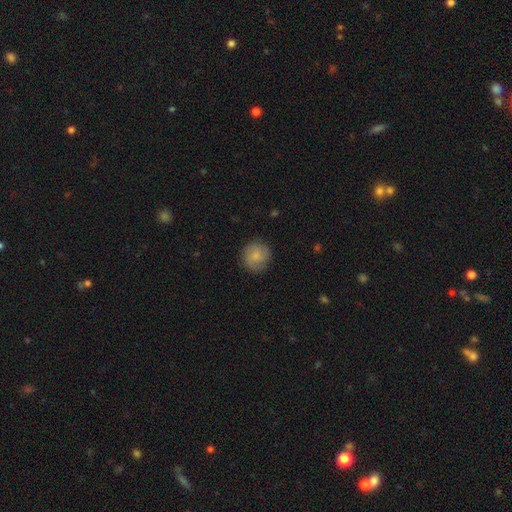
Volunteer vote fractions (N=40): This appears to be a smooth galaxy with no disk features (70%) that is round (93%). Merging: none (90%).